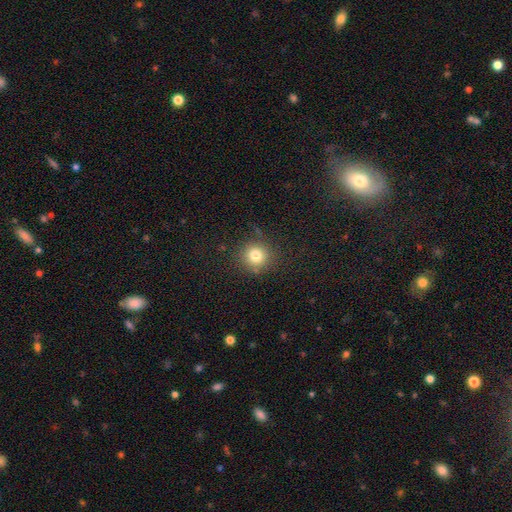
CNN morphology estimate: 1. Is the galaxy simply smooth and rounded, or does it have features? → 80% smooth, 13% star or artifact, 7% featured or disk.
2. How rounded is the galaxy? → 91% round, 8% in between, 1% cigar-shaped.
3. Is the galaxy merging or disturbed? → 83% none, 11% minor disturbance, 4% major disturbance, 2% merger.